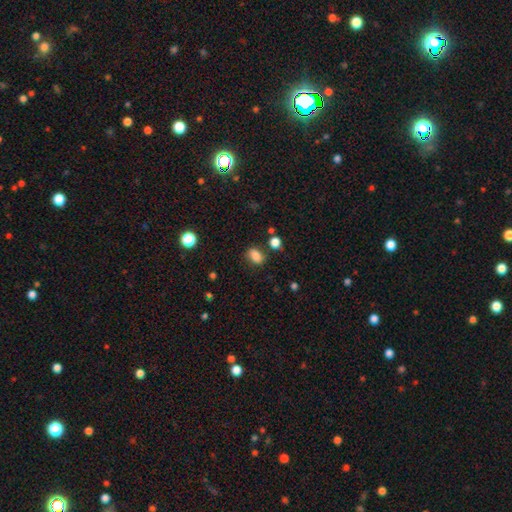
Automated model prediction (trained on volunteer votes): Overall: smooth (82%). How rounded: in between (75%). Merging: none (76%).